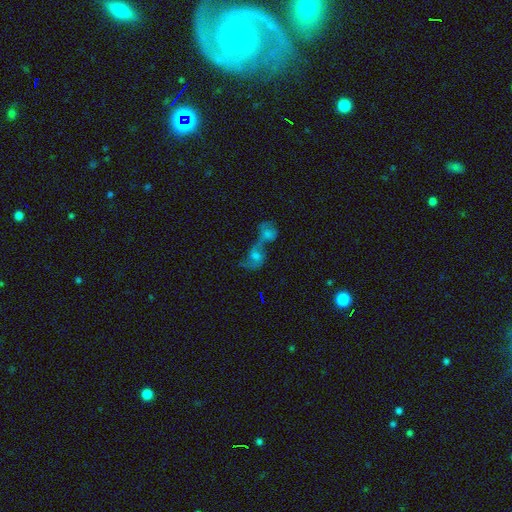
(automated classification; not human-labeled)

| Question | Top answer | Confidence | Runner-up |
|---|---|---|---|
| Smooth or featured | featured or disk | 46% | smooth (29%) |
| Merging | merger | 62% | none (22%) |